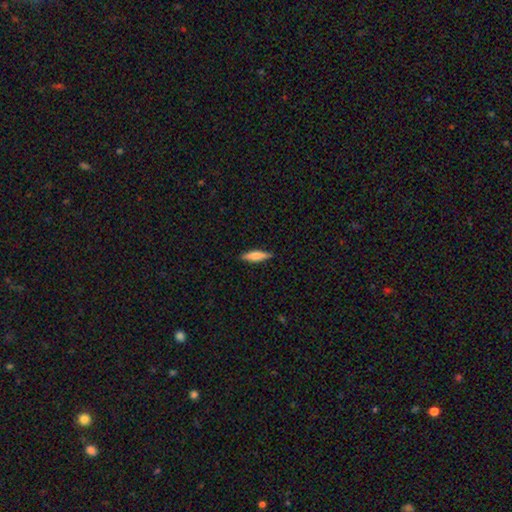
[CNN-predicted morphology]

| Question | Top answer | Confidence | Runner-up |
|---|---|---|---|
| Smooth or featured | smooth | 70% | featured or disk (24%) |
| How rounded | cigar-shaped | 70% | in between (28%) |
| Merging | none | 89% | minor disturbance (9%) |